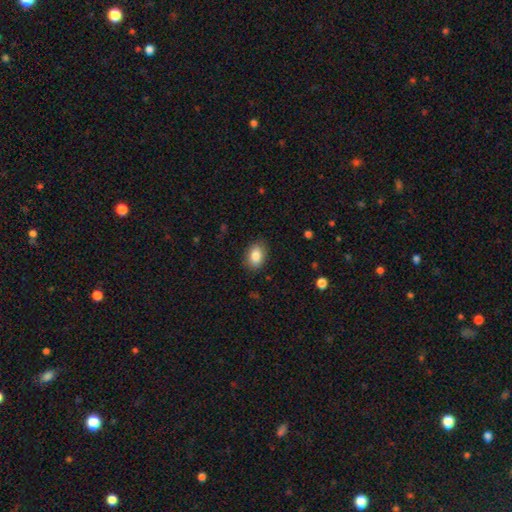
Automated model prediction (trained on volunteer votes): smooth 86%, star or artifact 8%, featured or disk 6%. Down the decision tree: how rounded — in between (84%); merging — none (85%).